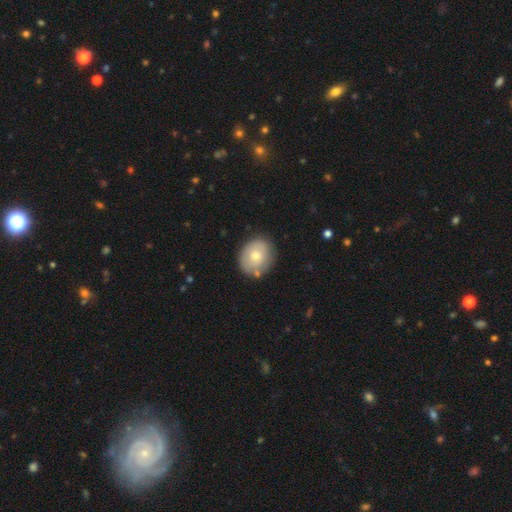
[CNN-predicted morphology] smooth 66%, featured or disk 27%, star or artifact 7%. Down the decision tree: how rounded — round (66%); merging — none (76%).